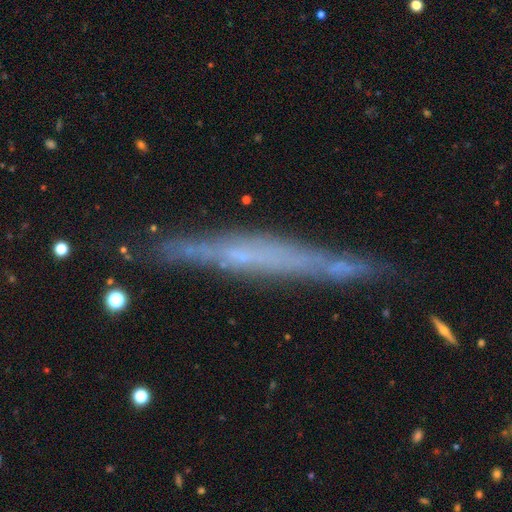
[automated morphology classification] type=featured or disk (65%); edge-on=yes (93%); edge-on bulge=none (74%); merging=none (81%).